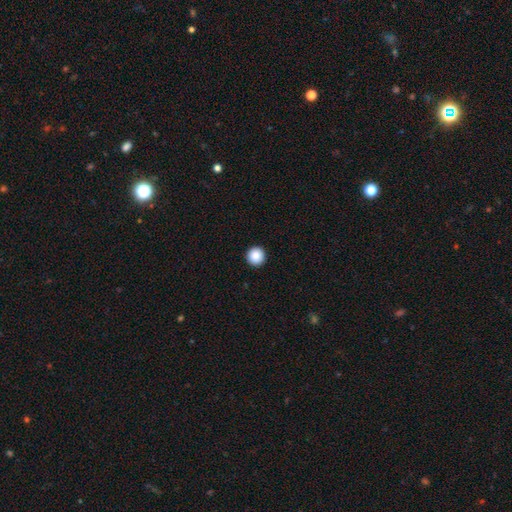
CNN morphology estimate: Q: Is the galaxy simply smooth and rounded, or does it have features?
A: smooth — 88%.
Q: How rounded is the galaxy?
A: round — 96%.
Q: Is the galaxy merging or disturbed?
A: none — 94%.